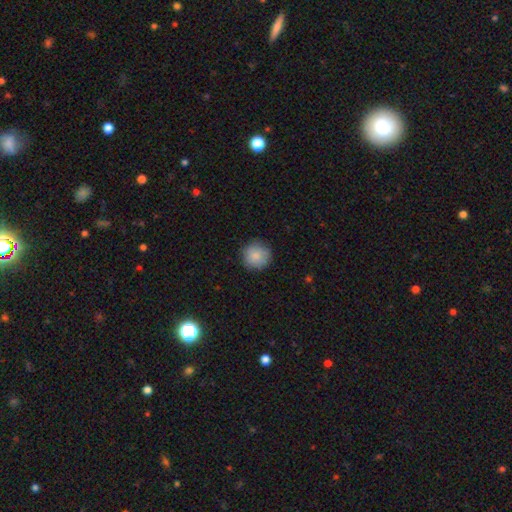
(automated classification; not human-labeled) This is clearly a smooth galaxy (86%). How rounded: clearly round (95%). Merging: clearly none (86%).